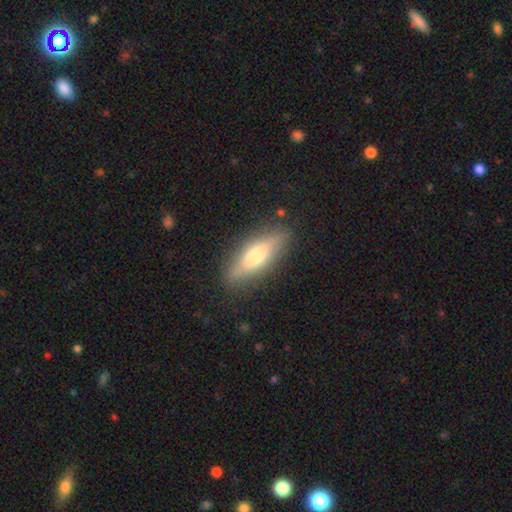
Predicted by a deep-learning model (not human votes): Smooth or featured? smooth (58%)
How rounded? in between (50%)
Merging? none (83%)